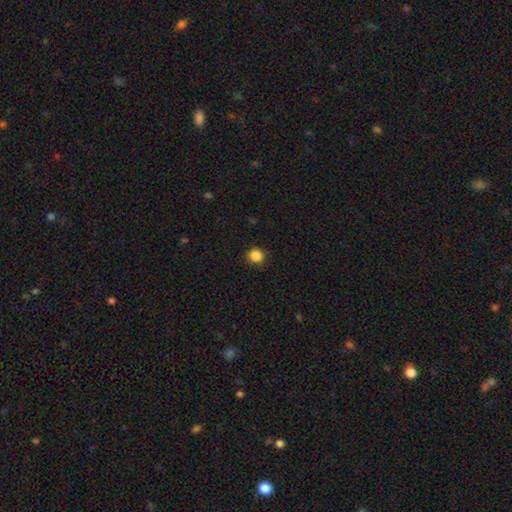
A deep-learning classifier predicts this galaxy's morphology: Smooth or featured: smooth — 86% (star or artifact — 11%)
How rounded: round — 92% (in between — 7%)
Merging: none — 90% (minor disturbance — 7%)